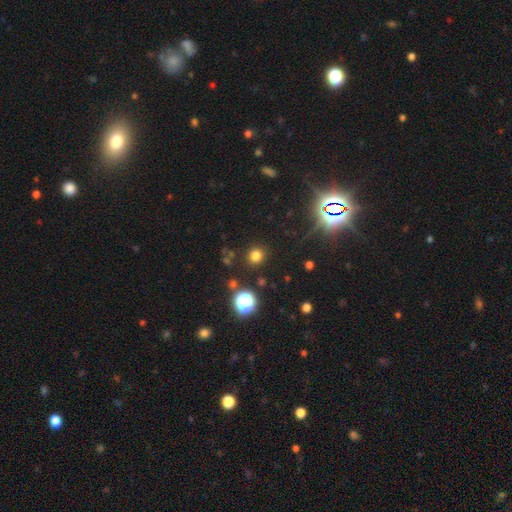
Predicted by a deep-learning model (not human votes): Morphology: type=smooth (75%); roundness=round (90%); merging=none (88%).